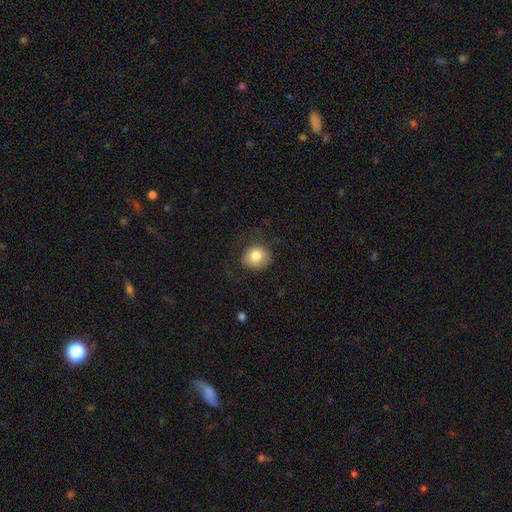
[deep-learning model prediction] Overall: smooth (81%). How rounded: round (79%). Merging: none (68%).